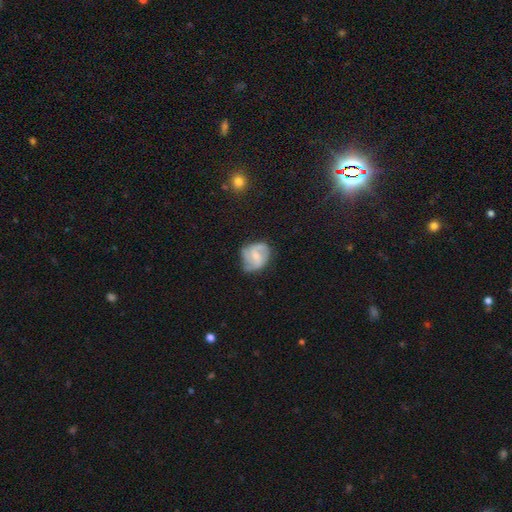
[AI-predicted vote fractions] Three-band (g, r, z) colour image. It shows a featured or disk galaxy (70%) with a weak bar (50%), 2 (48%) medium (49%) spiral arms (90%) and a small central bulge (53%). Merging: none (56%).